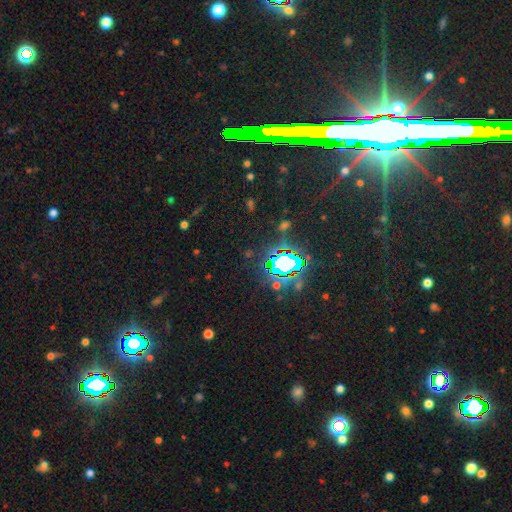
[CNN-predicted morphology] This is clearly a star or artifact rather than a galaxy (81%).